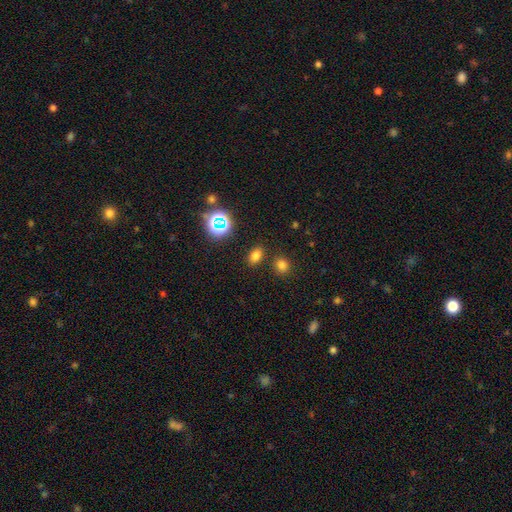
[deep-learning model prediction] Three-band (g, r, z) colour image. It shows a smooth galaxy with no disk features (73%) that is in between round and cigar-shaped (79%). Merging: none (82%).